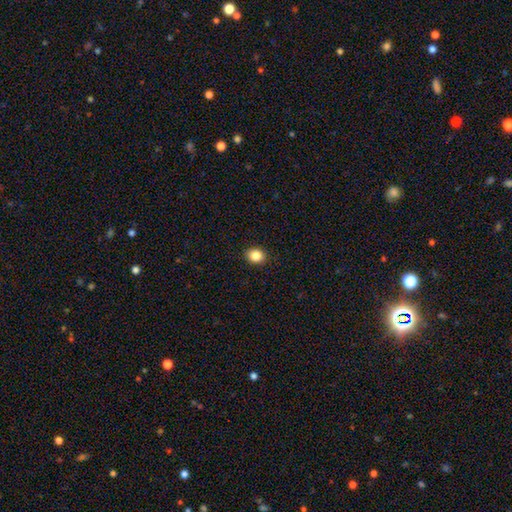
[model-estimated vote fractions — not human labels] Q: Smooth or featured?
A: smooth (86%); runner-up: star or artifact (10%)
Q: How rounded?
A: round (65%); runner-up: in between (34%)
Q: Merging?
A: none (92%); runner-up: minor disturbance (6%)